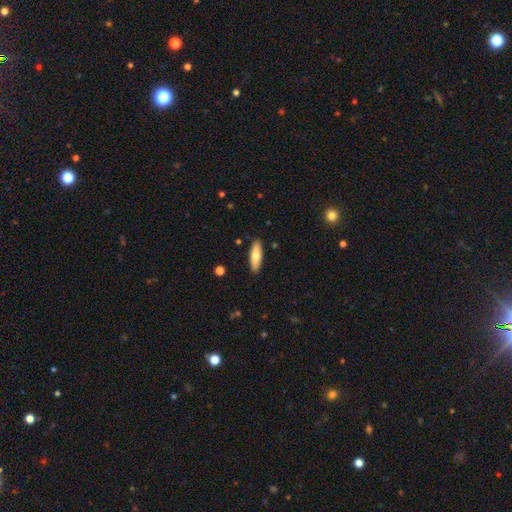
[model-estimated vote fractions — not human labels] Smooth or featured? Predicted: smooth (p=0.70). How rounded? Predicted: in between (p=0.52). Merging? Predicted: none (p=0.90).